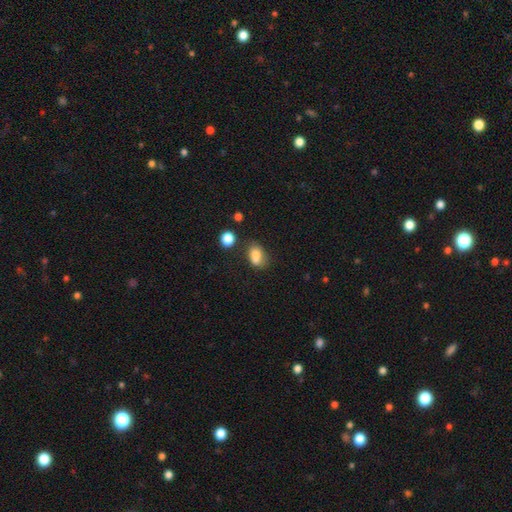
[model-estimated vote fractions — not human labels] The model was most divided on "merging": none: 52%, minor disturbance: 23%, merger: 17%, major disturbance: 8%. More confident: smooth or featured — smooth (80%); how rounded — in between (77%).